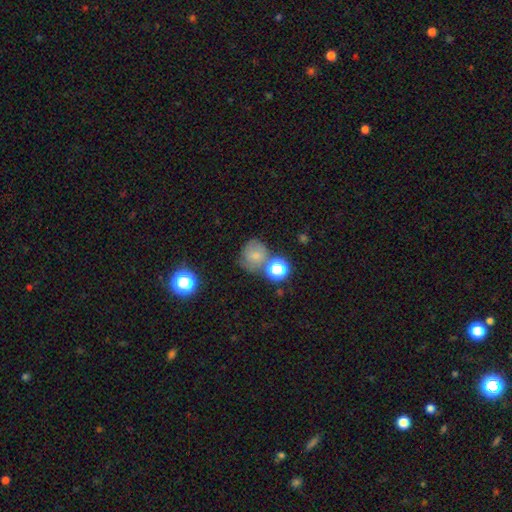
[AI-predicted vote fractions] Smooth or featured? Predicted: smooth (p=0.67). How rounded? Predicted: round (p=0.77). Merging? Predicted: none (p=0.54).